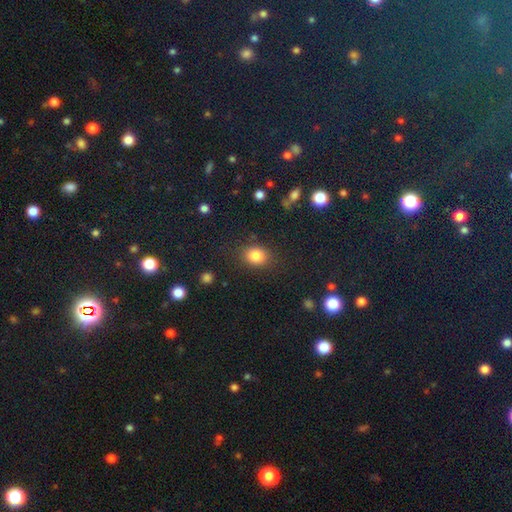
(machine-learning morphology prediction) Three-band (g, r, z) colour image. It shows a smooth galaxy with no disk features (83%) that is round (56%). Merging: none (83%).